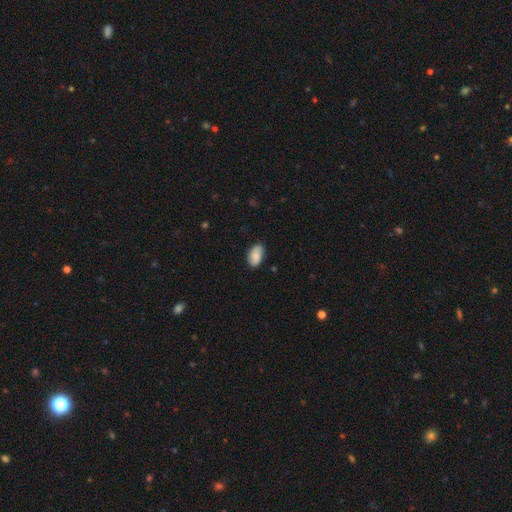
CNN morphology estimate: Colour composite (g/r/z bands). It shows a smooth galaxy with no disk features (81%) that is in between round and cigar-shaped (93%). Merging: none (81%).